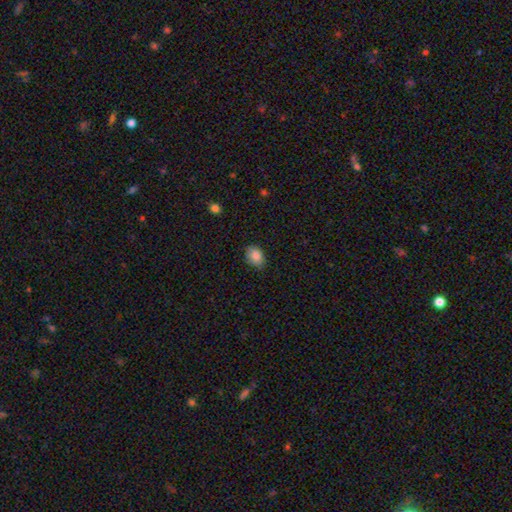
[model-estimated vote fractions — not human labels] A smooth galaxy with no disk features (86%) that is in between round and cigar-shaped (75%). Merging: none (80%).